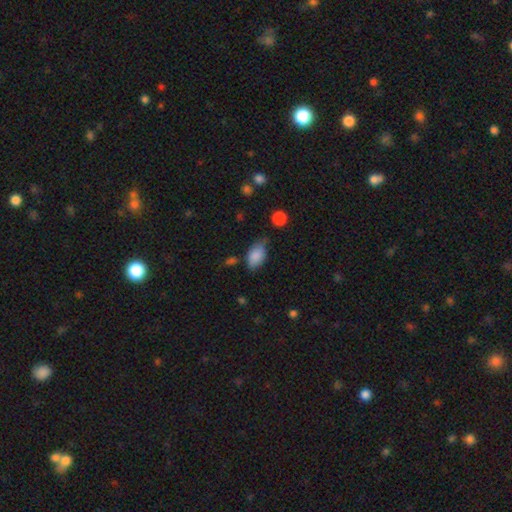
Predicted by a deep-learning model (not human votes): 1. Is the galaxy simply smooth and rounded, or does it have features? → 85% smooth, 8% star or artifact, 7% featured or disk.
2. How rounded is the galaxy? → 92% in between, 6% round, 2% cigar-shaped.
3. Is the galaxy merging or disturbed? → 54% none, 34% minor disturbance, 8% major disturbance, 4% merger.